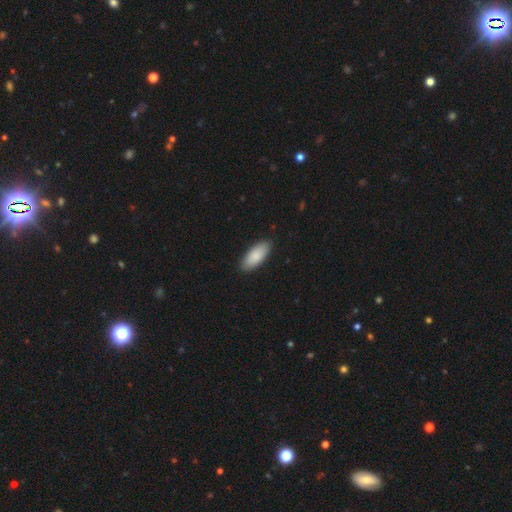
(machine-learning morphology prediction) This appears to be a smooth galaxy with no disk features (87%) that is in between round and cigar-shaped (83%). Merging: none (88%).